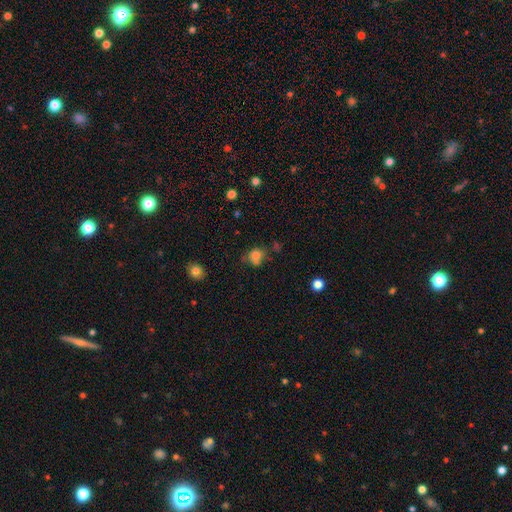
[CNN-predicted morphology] type=smooth (76%); roundness=round (71%); merging=none (51%).